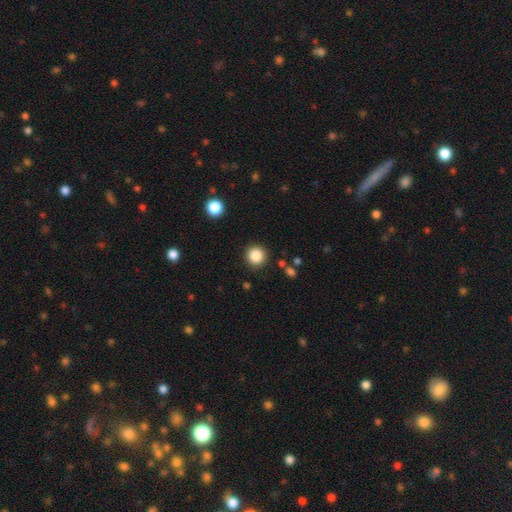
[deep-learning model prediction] smooth 86%, star or artifact 10%, featured or disk 4%. Down the decision tree: how rounded — round (93%); merging — none (89%).